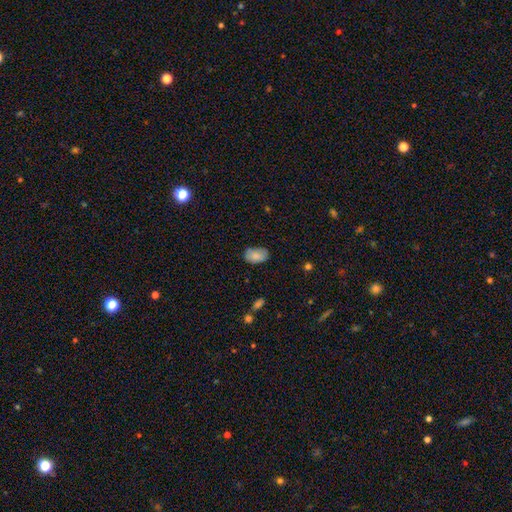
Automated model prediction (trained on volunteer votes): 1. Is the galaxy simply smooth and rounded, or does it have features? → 83% smooth, 10% featured or disk, 7% star or artifact.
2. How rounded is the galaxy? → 91% in between, 8% round, 1% cigar-shaped.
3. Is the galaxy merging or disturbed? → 73% none, 22% minor disturbance, 4% major disturbance, 2% merger.